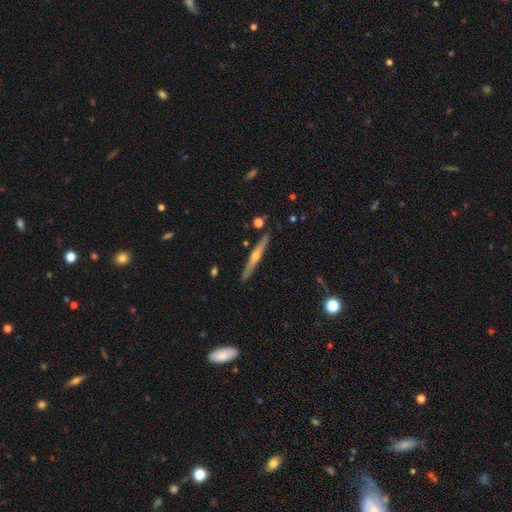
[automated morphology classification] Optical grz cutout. It shows a featured or disk galaxy (70%) viewed edge-on (97%) with a rounded central bulge (83%). Merging: none (89%).